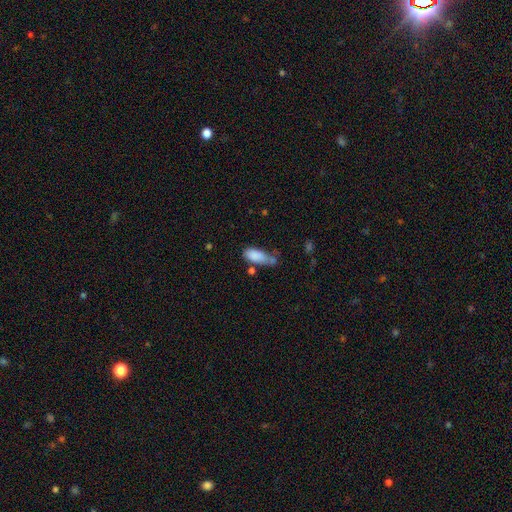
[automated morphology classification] Overall: smooth (83%). How rounded: in between (80%). Merging: none (37%; minor disturbance 30%).